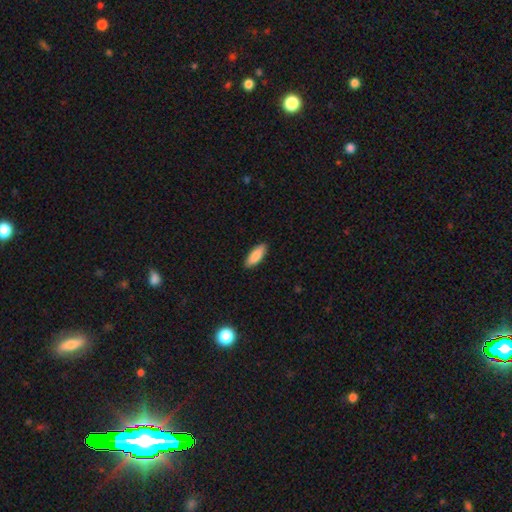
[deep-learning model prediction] The model was most divided on "how rounded": in between: 73%, cigar-shaped: 26%, round: 2%. More confident: merging — none (89%); smooth or featured — smooth (88%).